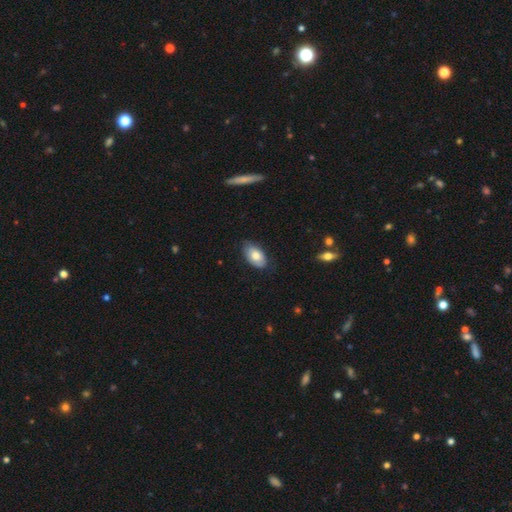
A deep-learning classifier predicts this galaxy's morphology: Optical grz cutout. It shows a smooth galaxy with no disk features (75%) that is in between round and cigar-shaped (94%). Merging: none (78%).